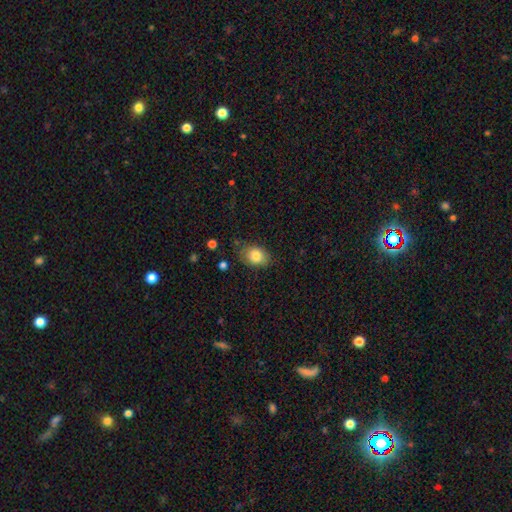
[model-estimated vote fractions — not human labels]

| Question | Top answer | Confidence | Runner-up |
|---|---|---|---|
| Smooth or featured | smooth | 83% | star or artifact (8%) |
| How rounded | in between | 71% | round (28%) |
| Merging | none | 78% | minor disturbance (16%) |